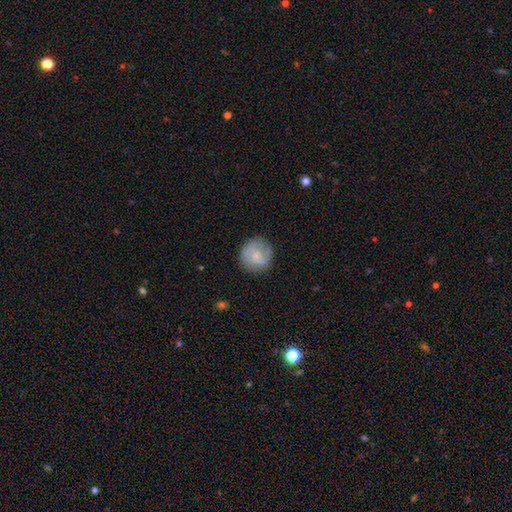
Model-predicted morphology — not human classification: Smooth or featured: smooth — 47% (featured or disk — 46%)
Merging: none — 77% (minor disturbance — 16%)